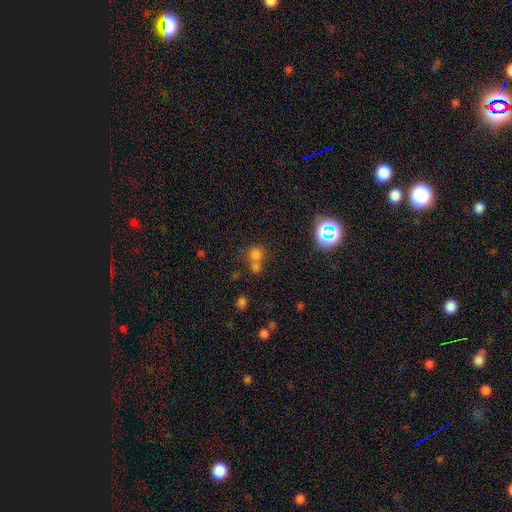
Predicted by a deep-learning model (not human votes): smooth-or-featured: smooth: 59% | star or artifact: 30% | featured or disk: 10%
  how-rounded: round: 81% | in between: 17% | cigar-shaped: 1%
  merging: merger: 45% | none: 44% | minor disturbance: 7% | major disturbance: 4%